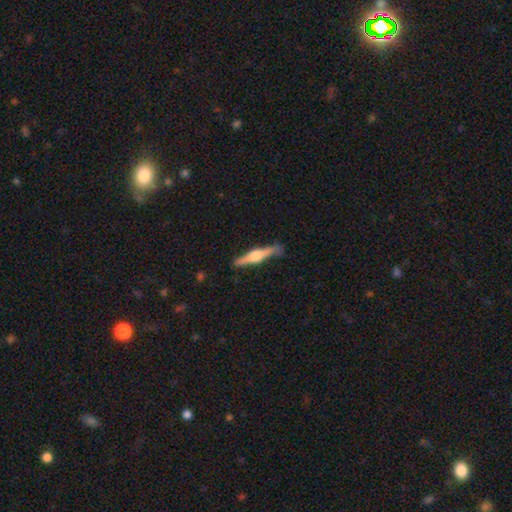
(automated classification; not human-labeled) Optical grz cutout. It shows a featured or disk galaxy (72%) viewed edge-on (97%) with a rounded central bulge (92%). Merging: none (84%).